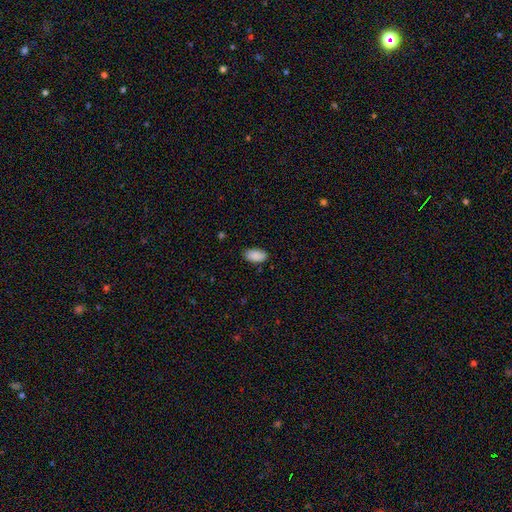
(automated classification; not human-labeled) Smooth or featured? smooth (90%)
How rounded? in between (95%)
Merging? none (86%)